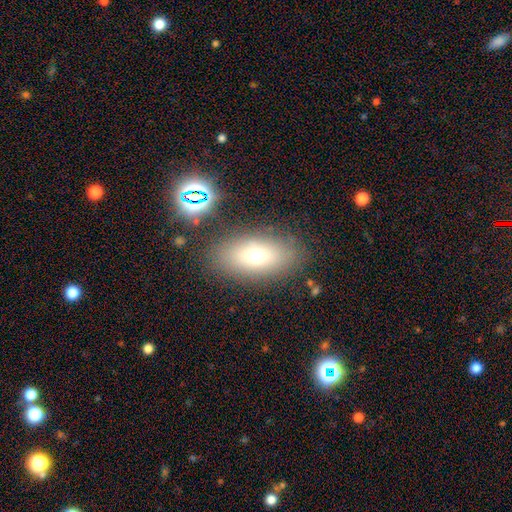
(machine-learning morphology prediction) This appears to be a smooth galaxy with no disk features (66%) that is in between round and cigar-shaped (86%). Merging: none (82%).